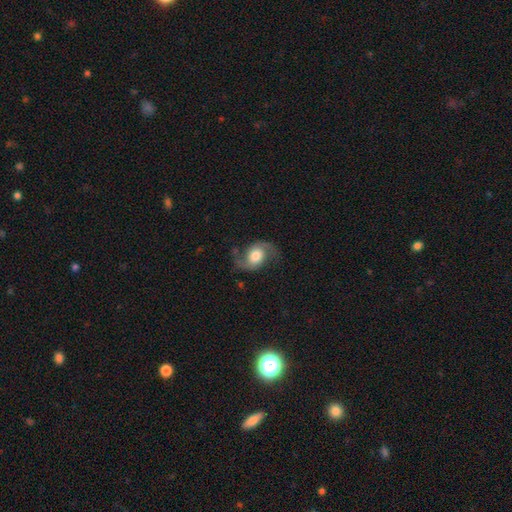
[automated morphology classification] The model was most divided on "bulge size": moderate: 49%, large: 36%, small: 8%, dominant: 6%, none: 2%. More confident: edge-on disk — no (98%); spiral arms — yes (96%); spiral arm count — 2 (94%); smooth or featured — featured or disk (81%); merging — none (74%); bar — no (67%); spiral winding — loose (55%).